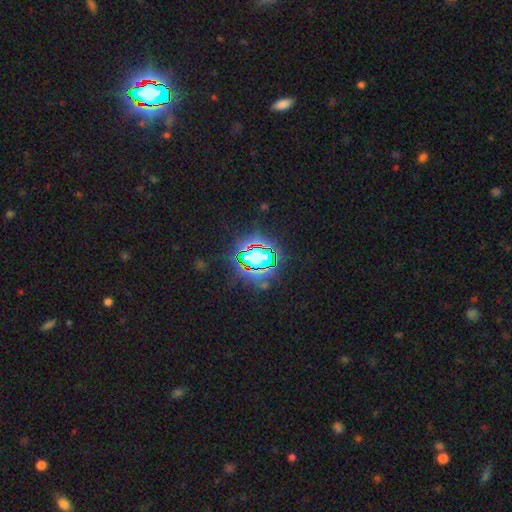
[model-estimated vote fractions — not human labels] A star or artifact, not a galaxy (81%).